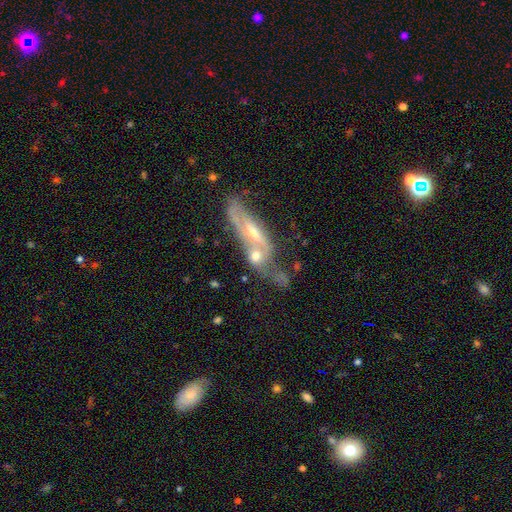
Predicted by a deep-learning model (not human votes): This is likely a featured or disk galaxy (60%). It is likely not viewed edge-on (60%). Merging: possibly merger (54%).